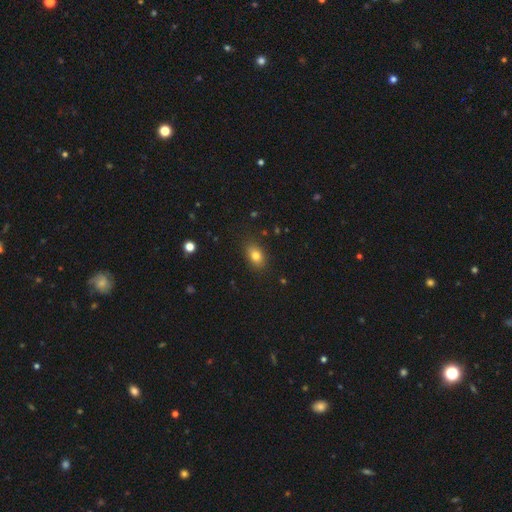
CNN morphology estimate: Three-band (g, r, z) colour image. It shows a smooth galaxy with no disk features (81%) that is in between round and cigar-shaped (78%). Merging: none (85%).